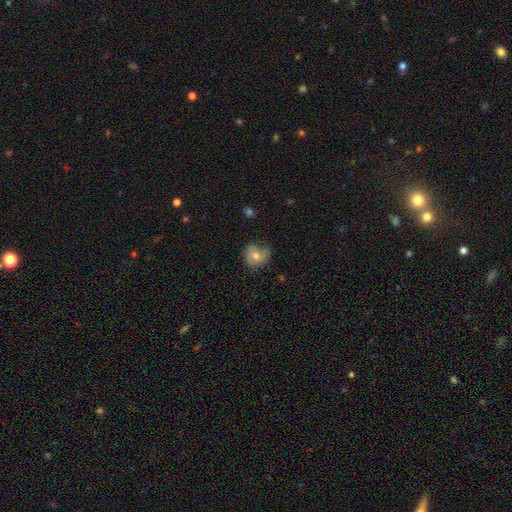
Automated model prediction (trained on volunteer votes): The model was most divided on "smooth or featured": smooth: 54%, featured or disk: 37%, star or artifact: 9%. More confident: how rounded — round (72%); merging — none (57%).